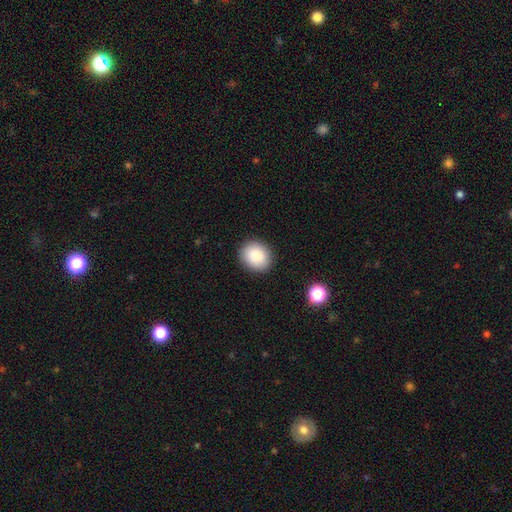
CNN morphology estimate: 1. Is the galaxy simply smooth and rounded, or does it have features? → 88% smooth, 8% star or artifact, 4% featured or disk.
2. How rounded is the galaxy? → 66% round, 33% in between, 1% cigar-shaped.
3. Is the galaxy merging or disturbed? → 89% none, 7% minor disturbance, 2% major disturbance, 1% merger.